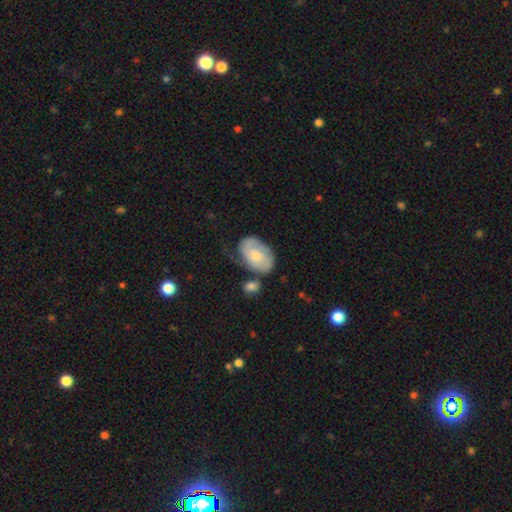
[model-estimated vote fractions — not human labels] Smooth or featured?
  - featured or disk: 51% *
  - smooth: 43%
  - star or artifact: 6%
Edge-on disk?
  - no: 96% *
  - yes: 4%
Merging?
  - none: 43% *
  - minor disturbance: 28%
  - major disturbance: 19%
  - merger: 10%